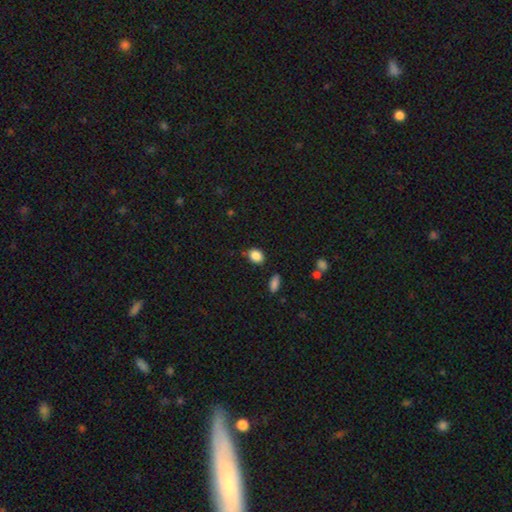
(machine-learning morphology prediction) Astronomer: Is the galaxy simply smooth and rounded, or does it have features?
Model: smooth — 86%.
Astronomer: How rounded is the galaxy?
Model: in between — 58% (runner-up: round, 41%).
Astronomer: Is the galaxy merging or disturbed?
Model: none — 76%.